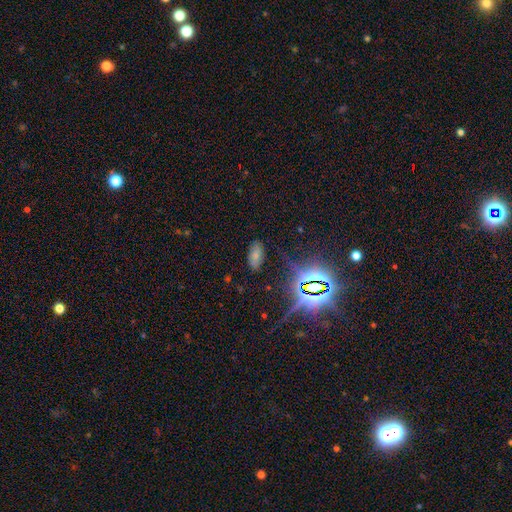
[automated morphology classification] smooth_or_featured: smooth (p=0.59) [alt: star or artifact p=0.26]
how_rounded: in between (p=0.93) [alt: cigar-shaped p=0.04]
merging: none (p=0.81) [alt: minor disturbance p=0.13]